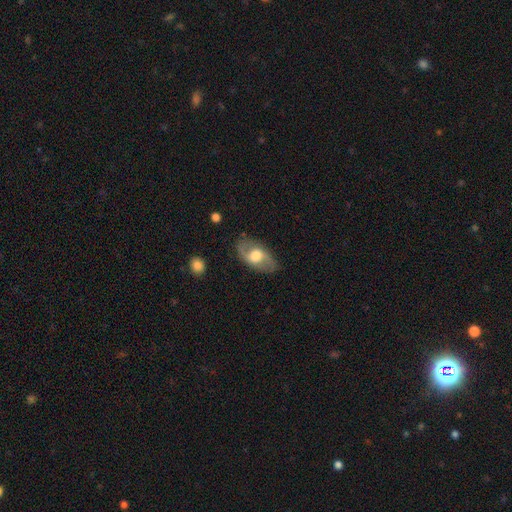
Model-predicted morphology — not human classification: Smooth or featured? Predicted: featured or disk (p=0.56). Edge-on disk? Predicted: no (p=0.88). Merging? Predicted: none (p=0.79).